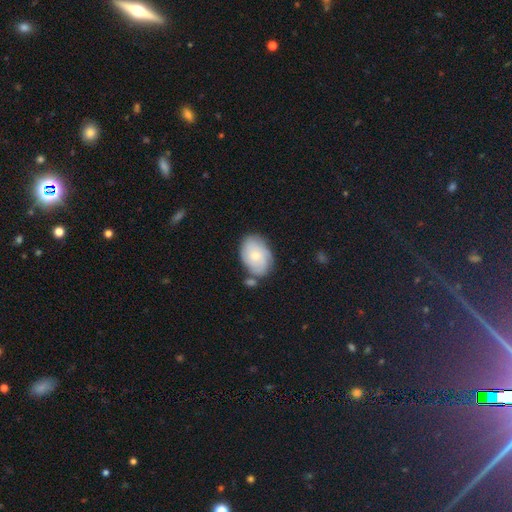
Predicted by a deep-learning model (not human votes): A smooth galaxy with no disk features (57%) that is in between round and cigar-shaped (79%). Merging: none (61%).